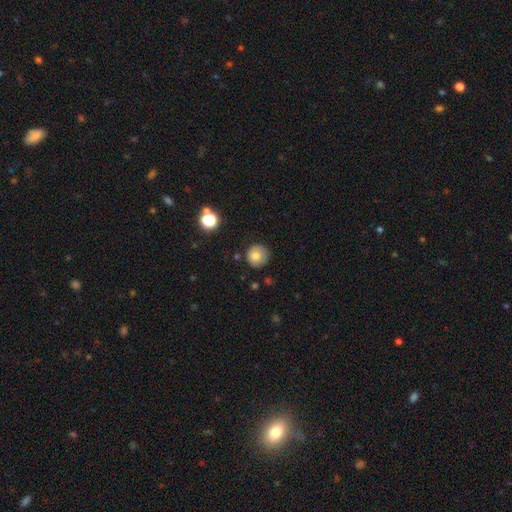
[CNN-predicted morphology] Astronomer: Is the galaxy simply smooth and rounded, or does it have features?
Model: smooth — 79%.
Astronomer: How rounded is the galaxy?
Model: round — 94%.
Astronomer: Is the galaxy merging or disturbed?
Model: none — 82%.